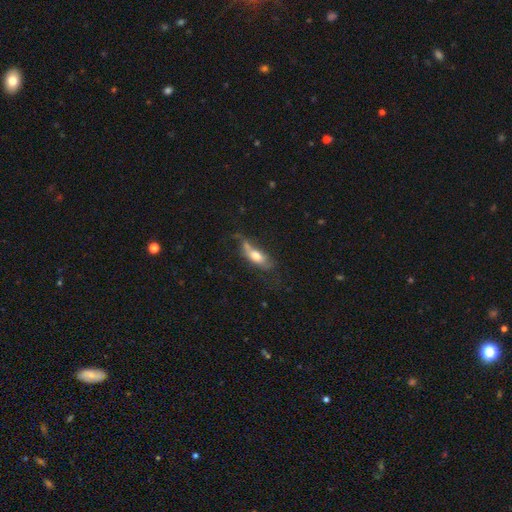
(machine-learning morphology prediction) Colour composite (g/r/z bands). It shows a smooth galaxy with no disk features (58%) that is in between round and cigar-shaped (66%). Merging: none (38%).